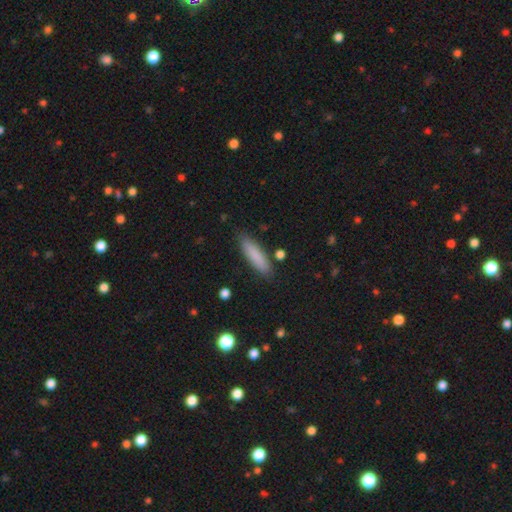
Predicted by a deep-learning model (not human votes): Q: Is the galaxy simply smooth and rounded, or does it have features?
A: smooth — 85%.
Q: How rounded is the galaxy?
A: cigar-shaped — 73%.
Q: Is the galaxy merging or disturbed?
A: none — 86%.